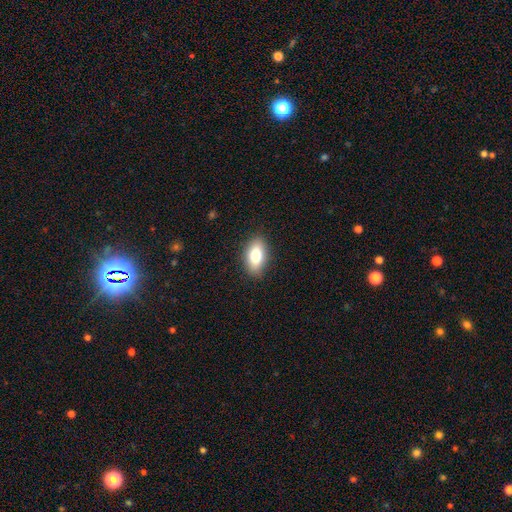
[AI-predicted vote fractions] smooth_or_featured: smooth (p=0.79) [alt: featured or disk p=0.13]
how_rounded: in between (p=0.89) [alt: round p=0.07]
merging: none (p=0.88) [alt: minor disturbance p=0.09]